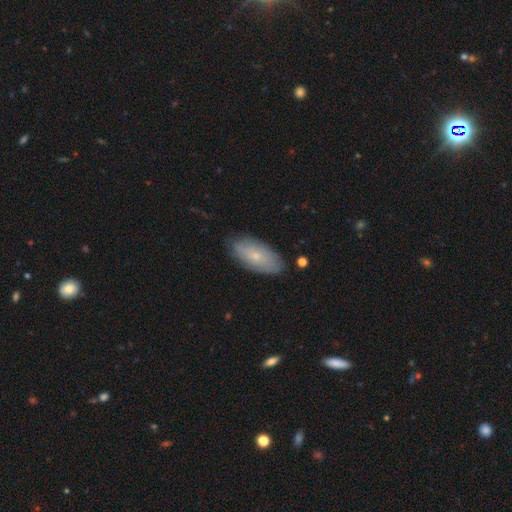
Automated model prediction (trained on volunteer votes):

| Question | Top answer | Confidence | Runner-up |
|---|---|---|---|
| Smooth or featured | smooth | 59% | featured or disk (34%) |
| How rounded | in between | 89% | cigar-shaped (8%) |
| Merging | none | 80% | minor disturbance (15%) |